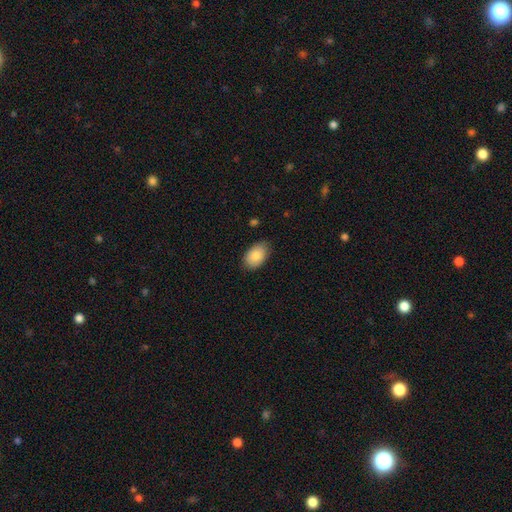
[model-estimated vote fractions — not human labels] Smooth or featured? smooth (85%)
How rounded? in between (91%)
Merging? none (83%)